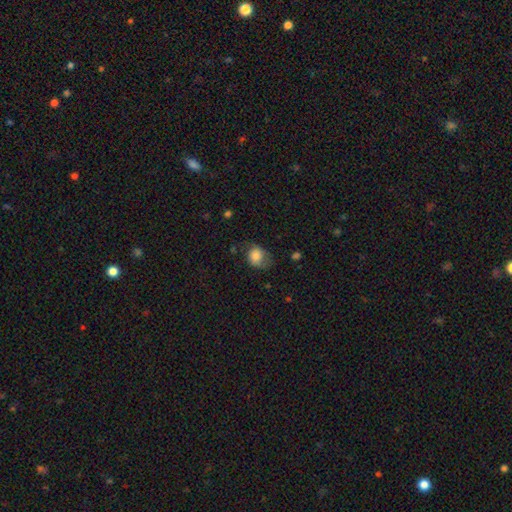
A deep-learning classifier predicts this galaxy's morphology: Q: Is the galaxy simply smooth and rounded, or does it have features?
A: smooth — 77%.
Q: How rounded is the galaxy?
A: round — 53%.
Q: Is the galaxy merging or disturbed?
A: none — 46%.